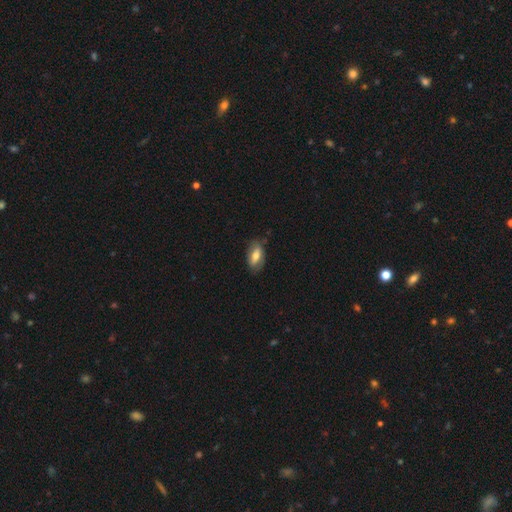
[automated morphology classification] Smooth or featured?
  - smooth: 59% *
  - featured or disk: 34%
  - star or artifact: 7%
How rounded?
  - in between: 88% *
  - cigar-shaped: 8%
  - round: 4%
Merging?
  - none: 72% *
  - minor disturbance: 21%
  - major disturbance: 6%
  - merger: 1%